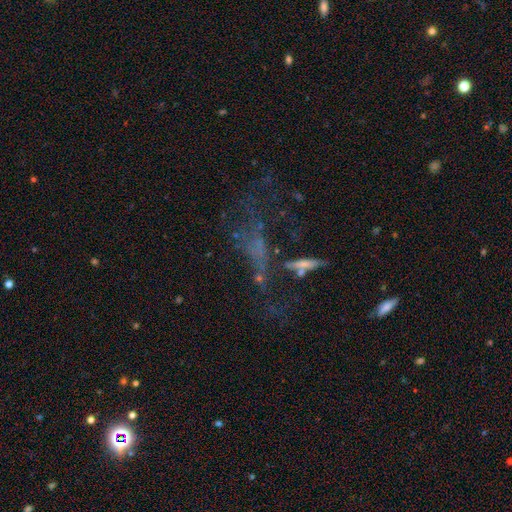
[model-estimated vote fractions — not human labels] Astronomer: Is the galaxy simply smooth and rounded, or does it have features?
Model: star or artifact — 40% (runner-up: featured or disk, 36%).